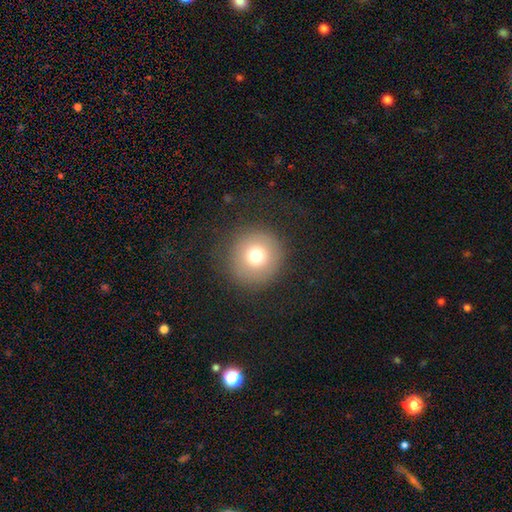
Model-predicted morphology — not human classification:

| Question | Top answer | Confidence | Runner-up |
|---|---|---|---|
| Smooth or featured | smooth | 73% | featured or disk (14%) |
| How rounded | round | 96% | in between (4%) |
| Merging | none | 85% | minor disturbance (9%) |